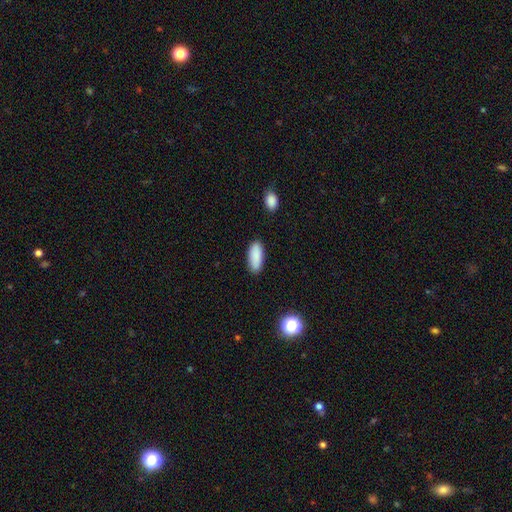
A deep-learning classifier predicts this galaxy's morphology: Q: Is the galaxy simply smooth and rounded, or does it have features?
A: smooth — 89%.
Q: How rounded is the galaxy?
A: in between — 80%.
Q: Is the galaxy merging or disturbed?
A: none — 87%.